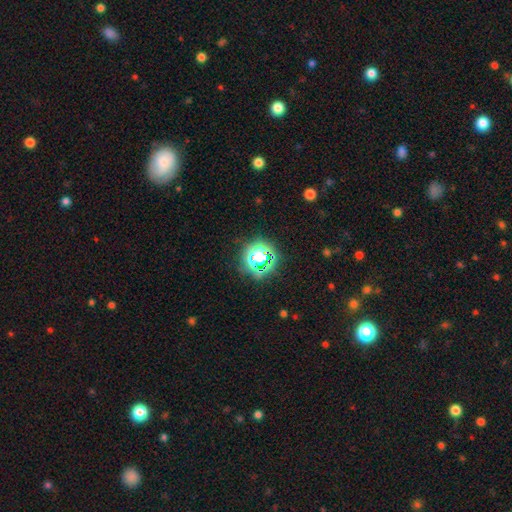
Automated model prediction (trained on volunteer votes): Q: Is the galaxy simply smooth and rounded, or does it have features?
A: star or artifact — 69%.